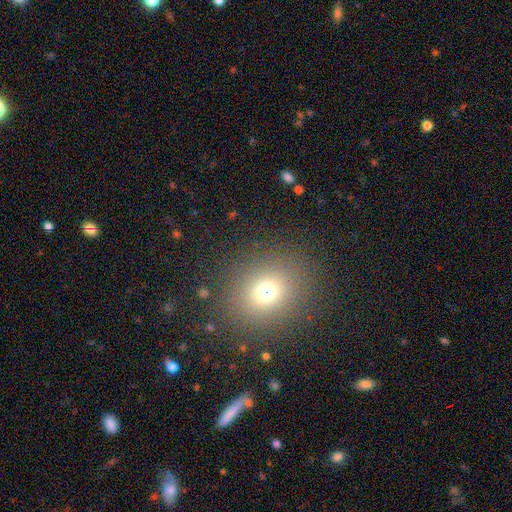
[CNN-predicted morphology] Q: Smooth or featured?
A: smooth (71%); runner-up: star or artifact (20%)
Q: How rounded?
A: round (72%); runner-up: in between (27%)
Q: Merging?
A: none (89%); runner-up: minor disturbance (7%)